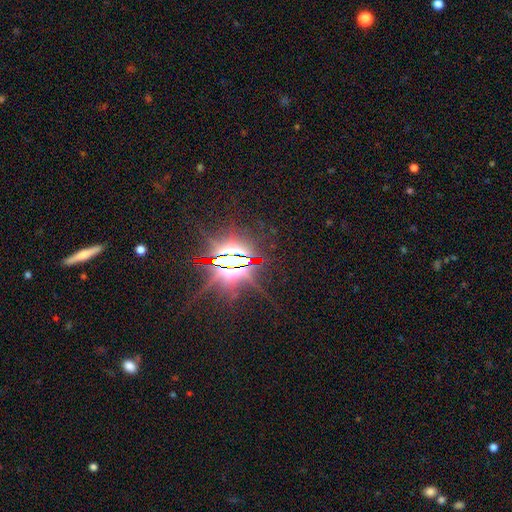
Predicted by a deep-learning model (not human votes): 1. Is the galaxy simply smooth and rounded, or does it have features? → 85% star or artifact, 9% featured or disk, 6% smooth.